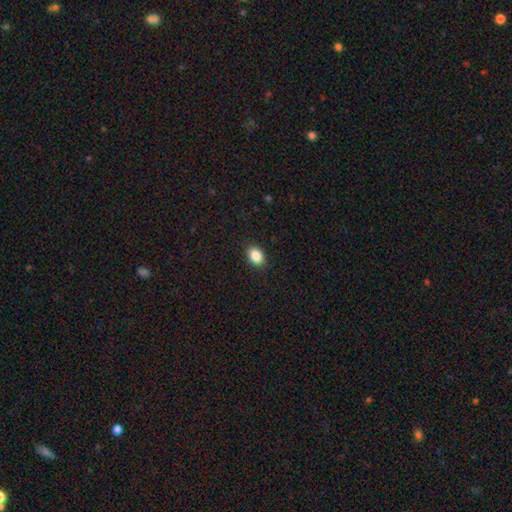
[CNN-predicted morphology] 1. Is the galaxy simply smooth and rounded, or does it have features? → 87% smooth, 9% star or artifact, 5% featured or disk.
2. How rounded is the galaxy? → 73% in between, 26% round, 1% cigar-shaped.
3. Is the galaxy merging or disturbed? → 90% none, 7% minor disturbance, 2% major disturbance, 1% merger.